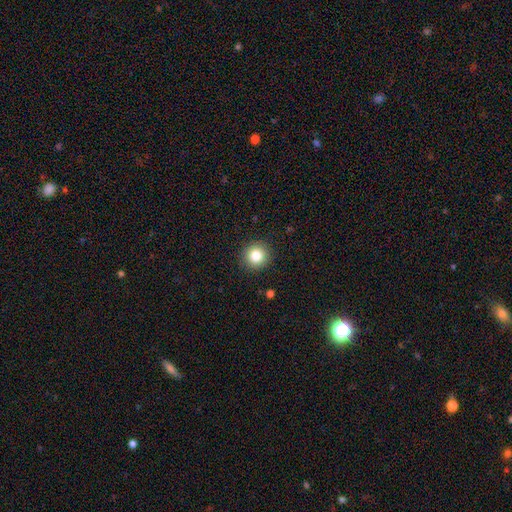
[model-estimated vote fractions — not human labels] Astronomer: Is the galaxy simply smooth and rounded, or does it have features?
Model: smooth — 82%.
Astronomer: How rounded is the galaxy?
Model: round — 93%.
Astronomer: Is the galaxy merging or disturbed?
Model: none — 91%.